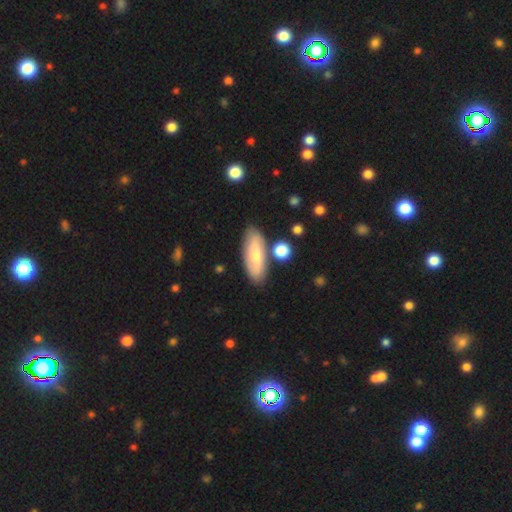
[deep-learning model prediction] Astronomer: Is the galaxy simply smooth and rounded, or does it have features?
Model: smooth — 50% (runner-up: featured or disk, 44%).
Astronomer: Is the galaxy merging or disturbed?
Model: none — 78%.